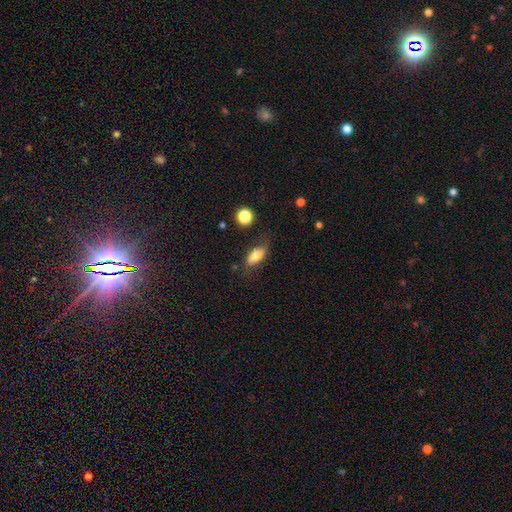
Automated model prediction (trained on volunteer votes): Smooth or featured?
  - smooth: 71% *
  - featured or disk: 21%
  - star or artifact: 8%
How rounded?
  - in between: 82% *
  - cigar-shaped: 13%
  - round: 5%
Merging?
  - none: 68% *
  - minor disturbance: 23%
  - major disturbance: 7%
  - merger: 3%